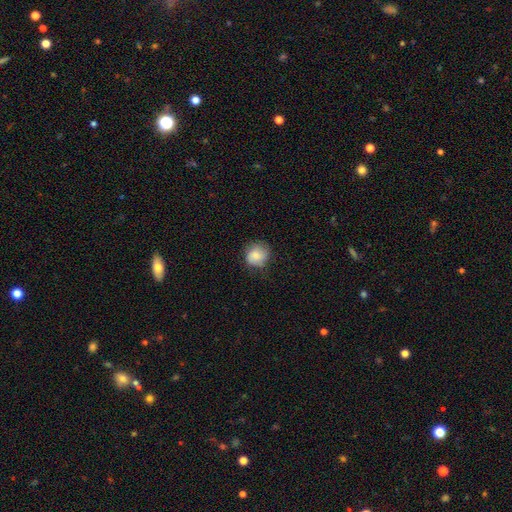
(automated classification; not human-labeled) This is likely a smooth galaxy (80%). How rounded: clearly round (83%). Merging: likely none (71%).